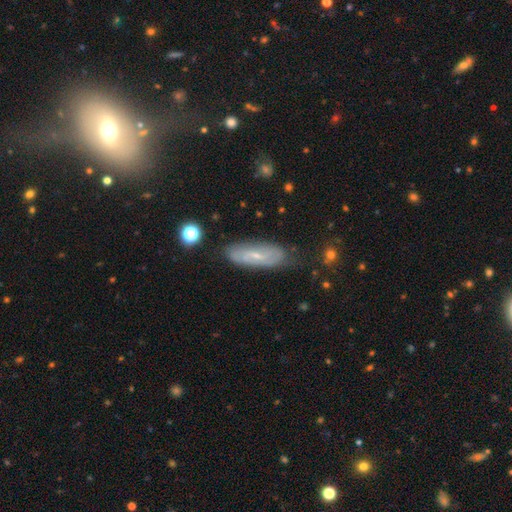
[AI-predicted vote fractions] A featured or disk galaxy (53%).

Vote fractions:
- Smooth or featured? featured or disk: 53% / smooth: 38% / star or artifact: 9%
- Edge-on disk? no: 78% / yes: 22%
- Merging? none: 76% / minor disturbance: 17% / major disturbance: 4% / merger: 2%